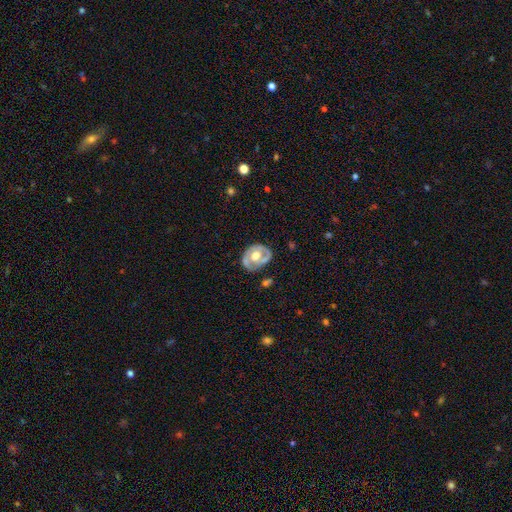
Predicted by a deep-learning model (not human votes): featured or disk 65%, smooth 30%, star or artifact 5%. Down the decision tree: edge-on disk — no (95%); bar — no (76%); spiral arms — no (61%); bulge size — moderate (62%); merging — none (65%).